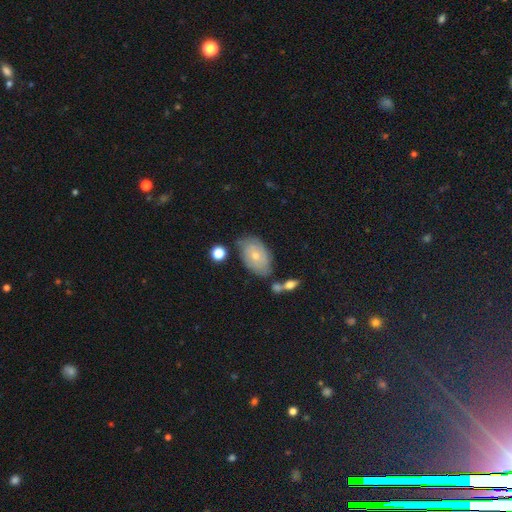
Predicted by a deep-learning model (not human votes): Smooth or featured? Predicted: smooth (p=0.47). Merging? Predicted: none (p=0.61).